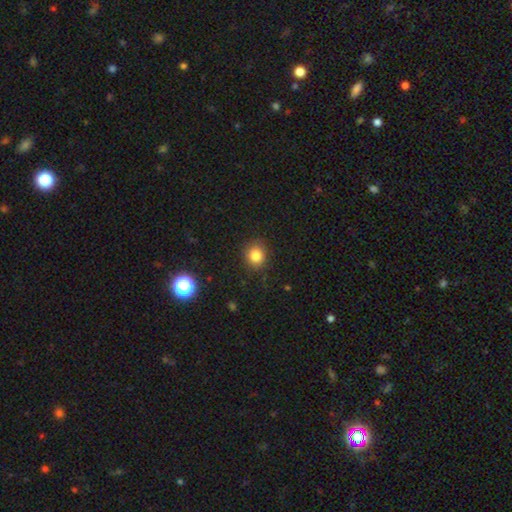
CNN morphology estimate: Smooth or featured? Predicted: smooth (p=0.83). How rounded? Predicted: round (p=0.82). Merging? Predicted: none (p=0.88).